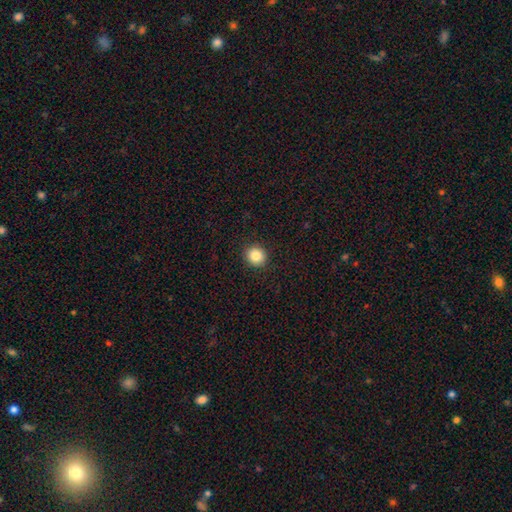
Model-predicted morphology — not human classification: type=smooth (85%); roundness=round (91%); merging=none (92%).